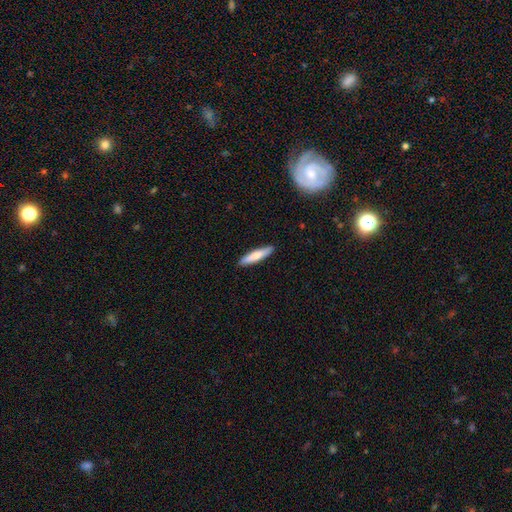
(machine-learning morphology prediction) Overall: smooth (73%). How rounded: cigar-shaped (86%). Merging: none (91%).